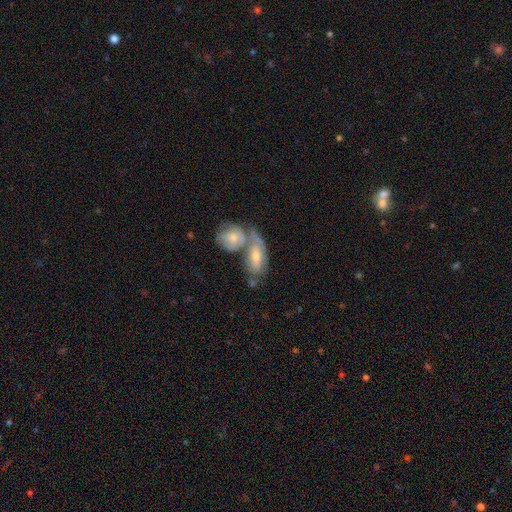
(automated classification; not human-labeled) Smooth or featured: featured or disk — 49% (smooth — 43%)
Merging: merger — 58% (none — 27%)